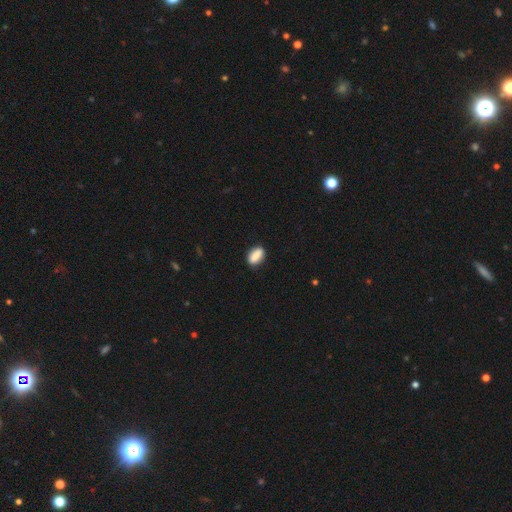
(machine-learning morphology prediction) Smooth or featured? Predicted: smooth (p=0.86). How rounded? Predicted: in between (p=0.84). Merging? Predicted: none (p=0.85).